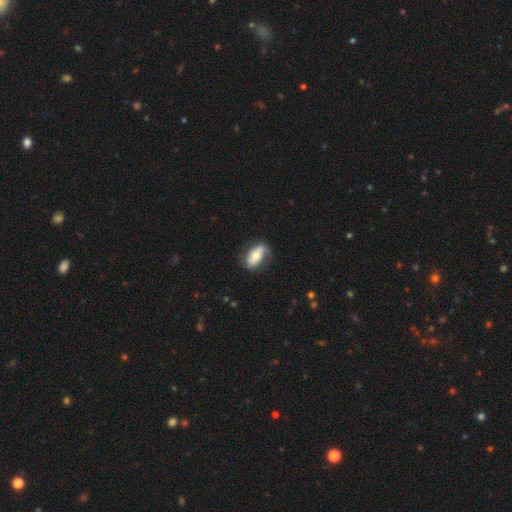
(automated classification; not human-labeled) This is likely a smooth galaxy (61%). How rounded: clearly in between (90%). Merging: likely none (69%).